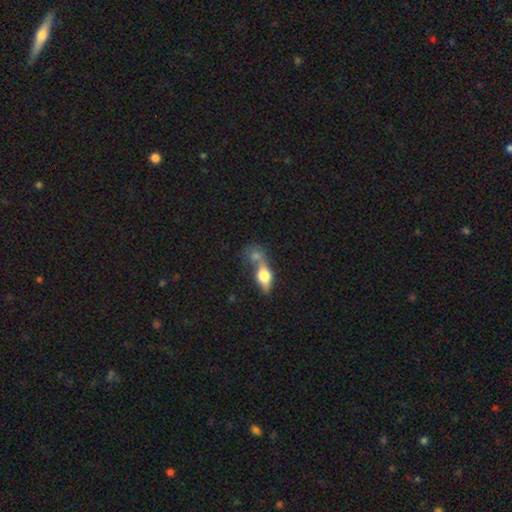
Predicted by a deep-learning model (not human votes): smooth_or_featured: smooth (p=0.54) [alt: featured or disk p=0.35]
how_rounded: in between (p=0.52) [alt: round p=0.28]
merging: merger (p=0.51) [alt: none p=0.31]